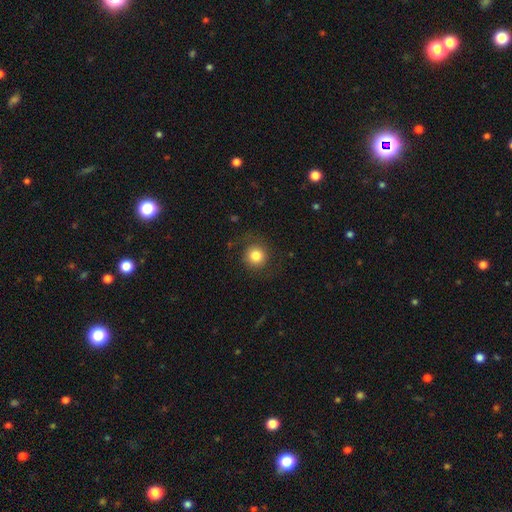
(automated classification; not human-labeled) Overall: smooth (81%). How rounded: round (93%). Merging: none (82%).